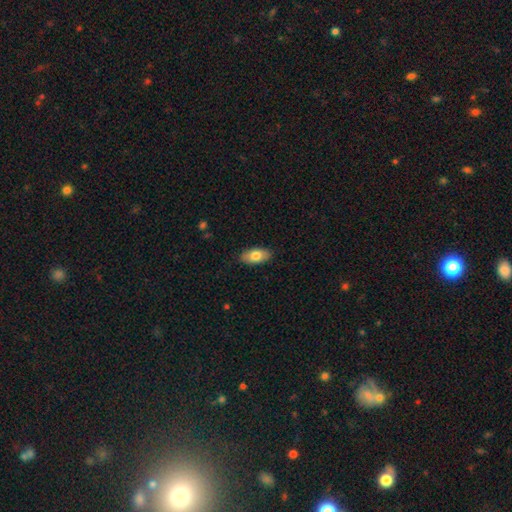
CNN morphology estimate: Smooth or featured?
  - smooth: 78% *
  - featured or disk: 16%
  - star or artifact: 6%
How rounded?
  - in between: 92% *
  - cigar-shaped: 5%
  - round: 3%
Merging?
  - none: 88% *
  - minor disturbance: 9%
  - major disturbance: 2%
  - merger: 1%